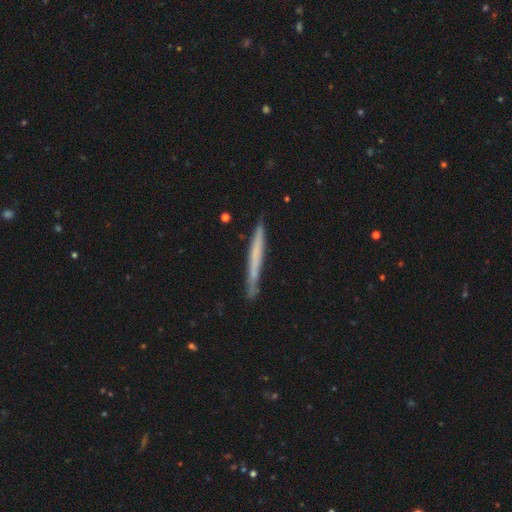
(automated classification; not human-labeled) Smooth or featured: smooth — 50% (featured or disk — 44%)
How rounded: cigar-shaped — 97% (in between — 2%)
Merging: none — 85% (minor disturbance — 12%)